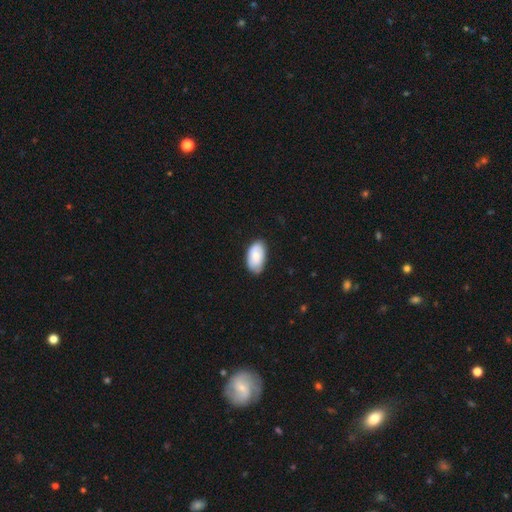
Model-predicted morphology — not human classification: Q: Smooth or featured?
A: smooth (80%); runner-up: featured or disk (14%)
Q: How rounded?
A: in between (95%); runner-up: round (3%)
Q: Merging?
A: none (75%); runner-up: minor disturbance (21%)